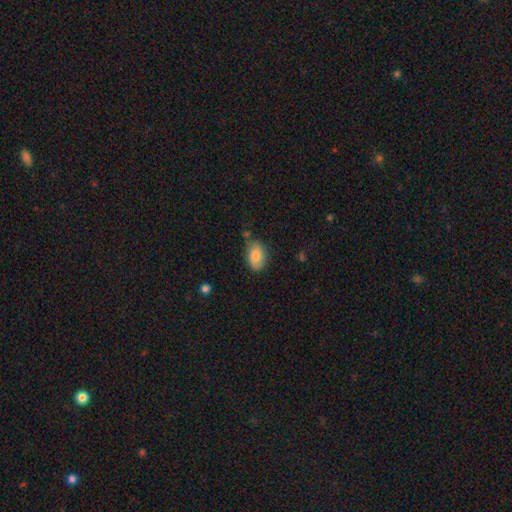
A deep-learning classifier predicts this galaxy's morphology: A smooth galaxy with no disk features (83%) that is in between round and cigar-shaped (90%).

Vote fractions:
- Smooth or featured? smooth: 83% / featured or disk: 10% / star or artifact: 7%
- How rounded? in between: 90% / round: 8% / cigar-shaped: 2%
- Merging? none: 71% / minor disturbance: 21% / major disturbance: 4% / merger: 4%